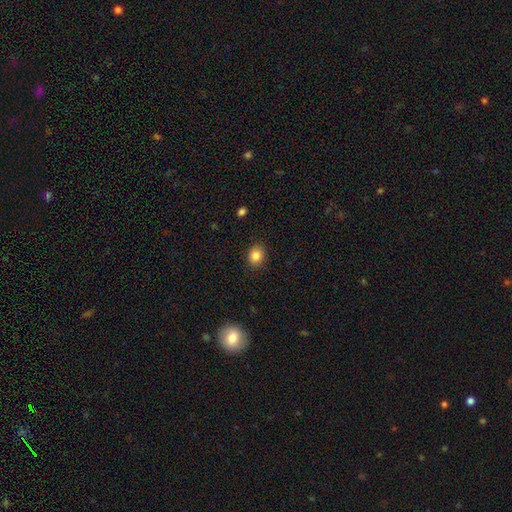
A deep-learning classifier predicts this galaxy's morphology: A smooth galaxy with no disk features (84%) that is round (66%).

Vote fractions:
- Smooth or featured? smooth: 84% / star or artifact: 10% / featured or disk: 5%
- How rounded? round: 66% / in between: 33% / cigar-shaped: 1%
- Merging? none: 89% / minor disturbance: 7% / major disturbance: 2% / merger: 1%